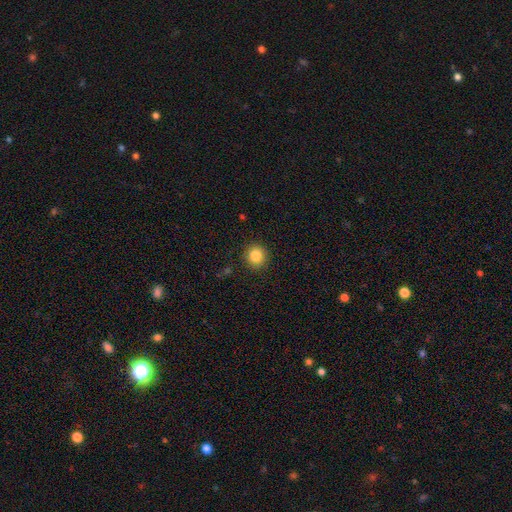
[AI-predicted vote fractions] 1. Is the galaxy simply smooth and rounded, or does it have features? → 84% smooth, 10% star or artifact, 6% featured or disk.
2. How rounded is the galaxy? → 88% round, 11% in between, 1% cigar-shaped.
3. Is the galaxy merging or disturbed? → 91% none, 6% minor disturbance, 2% major disturbance, 1% merger.